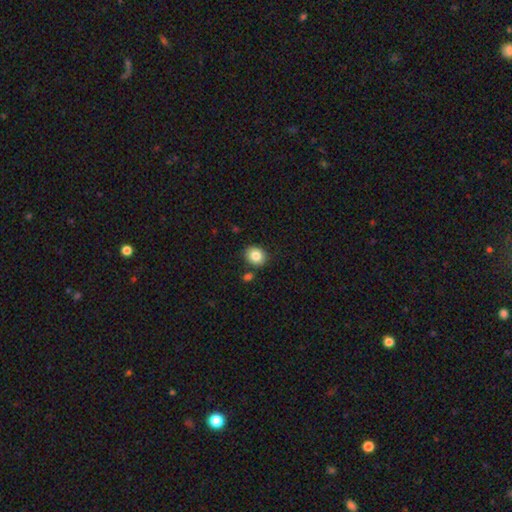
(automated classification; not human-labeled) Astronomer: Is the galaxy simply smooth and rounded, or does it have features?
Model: smooth — 83%.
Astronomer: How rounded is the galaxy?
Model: round — 62% (runner-up: in between, 38%).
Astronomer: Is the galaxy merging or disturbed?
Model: none — 83%.